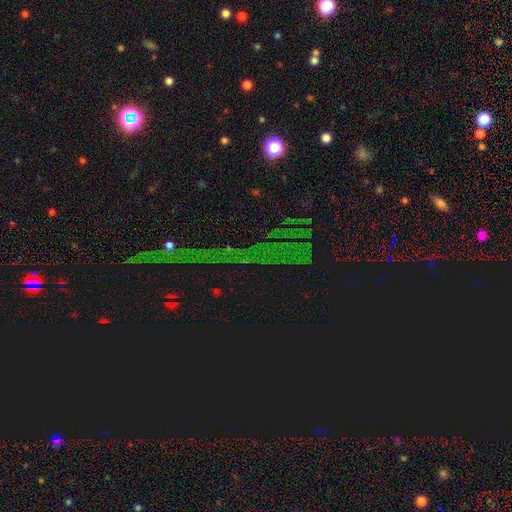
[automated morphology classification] smooth_or_featured: star or artifact (p=0.81) [alt: smooth p=0.10]